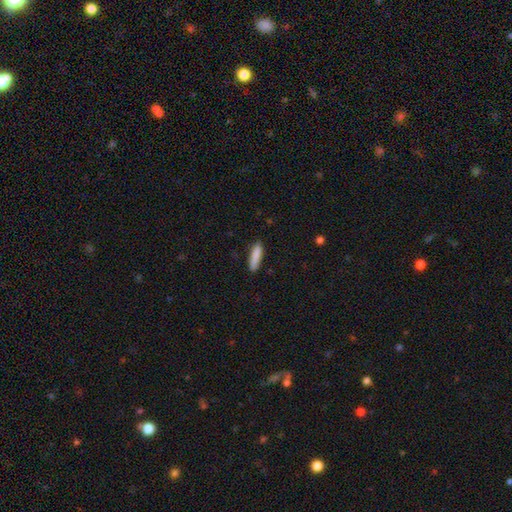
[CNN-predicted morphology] smooth 86%, featured or disk 7%, star or artifact 6%. Down the decision tree: how rounded — cigar-shaped (79%); merging — none (86%).